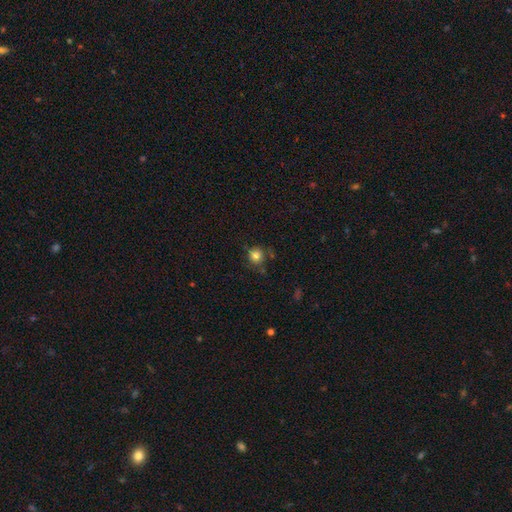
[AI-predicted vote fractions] Morphology: type=smooth (81%); roundness=round (89%); merging=none (70%).